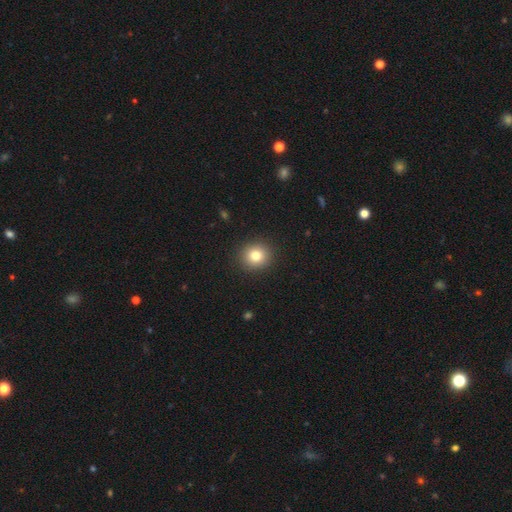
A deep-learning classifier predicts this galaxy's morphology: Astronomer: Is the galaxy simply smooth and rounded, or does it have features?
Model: smooth — 81%.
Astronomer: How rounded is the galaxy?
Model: round — 85%.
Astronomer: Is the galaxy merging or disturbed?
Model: none — 91%.